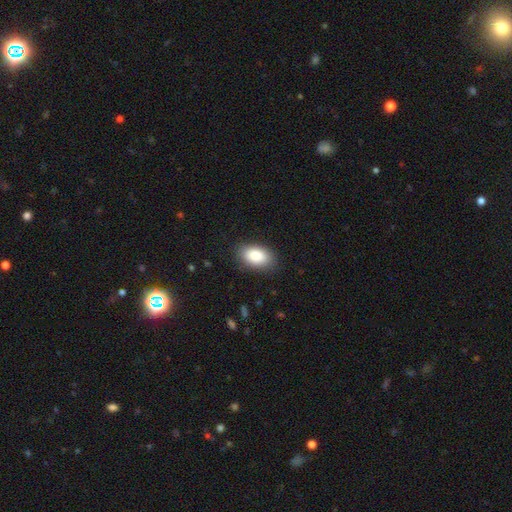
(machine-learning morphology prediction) type=smooth (87%); roundness=in between (92%); merging=none (86%).